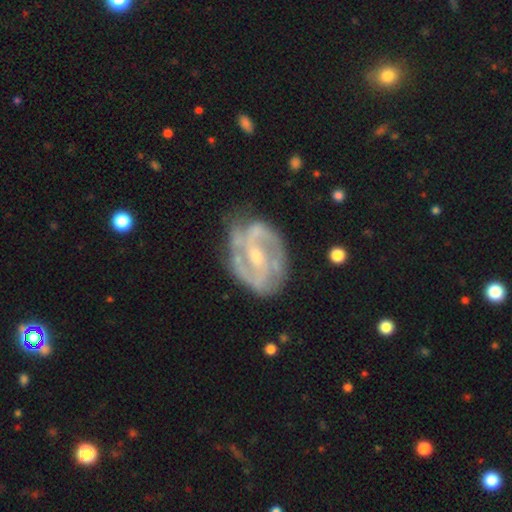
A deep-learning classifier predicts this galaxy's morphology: Smooth or featured?
  - featured or disk: 87% *
  - smooth: 7%
  - star or artifact: 6%
Edge-on disk?
  - no: 97% *
  - yes: 3%
Bar?
  - weak: 46% *
  - strong: 27%
  - no: 27%
Spiral arms?
  - yes: 93% *
  - no: 7%
Spiral winding?
  - medium: 45% *
  - tight: 40%
  - loose: 15%
Spiral arm count?
  - 2: 68% *
  - can't tell: 13%
  - 3: 11%
  - 1: 3%
  - 4: 3%
  - more than 4: 2%
Bulge size?
  - small: 49% *
  - moderate: 45%
  - none: 3%
  - large: 2%
  - dominant: 1%
Merging?
  - none: 67% *
  - minor disturbance: 22%
  - major disturbance: 9%
  - merger: 2%